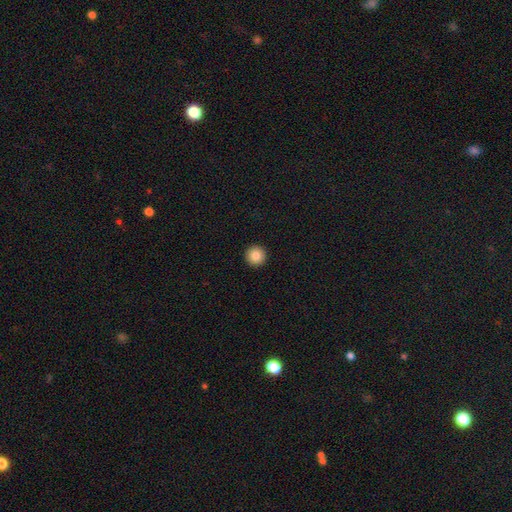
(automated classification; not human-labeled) Smooth or featured? Predicted: smooth (p=0.86). How rounded? Predicted: round (p=0.97). Merging? Predicted: none (p=0.94).